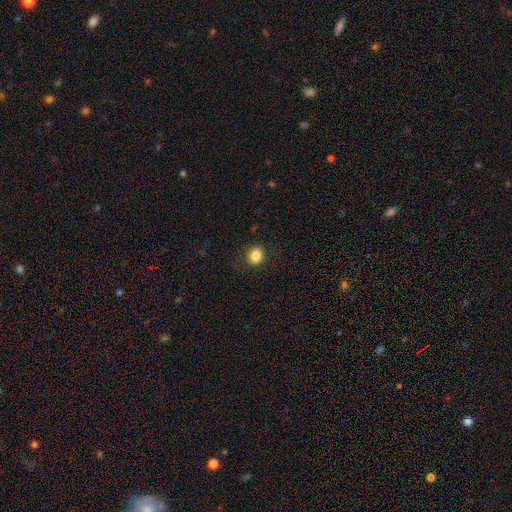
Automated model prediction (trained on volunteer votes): A smooth galaxy with no disk features (83%) that is round (72%). Merging: none (88%).